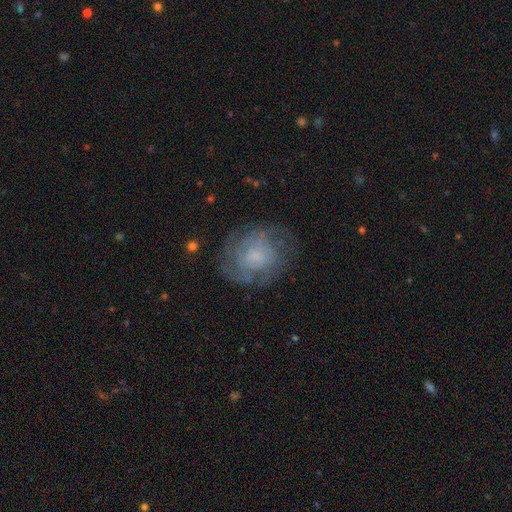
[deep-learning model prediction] This appears to be a featured or disk galaxy (67%) with no bar (71%), tight (57%) spiral arms (83%) and a small central bulge (36%). Merging: none (69%).